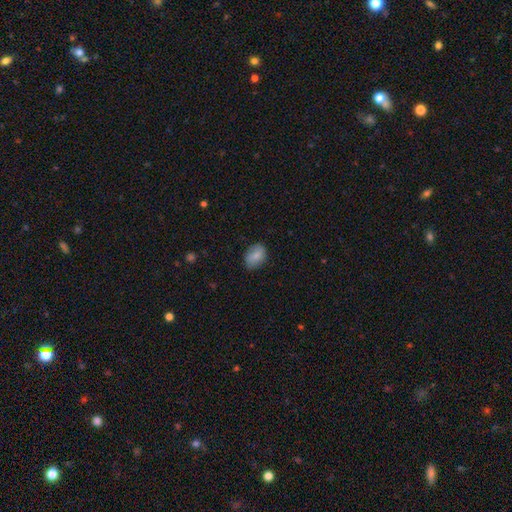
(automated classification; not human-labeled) A smooth galaxy with no disk features (82%) that is in between round and cigar-shaped (76%).

Vote fractions:
- Smooth or featured? smooth: 82% / featured or disk: 11% / star or artifact: 7%
- How rounded? in between: 76% / round: 23% / cigar-shaped: 1%
- Merging? none: 79% / minor disturbance: 17% / major disturbance: 3% / merger: 1%